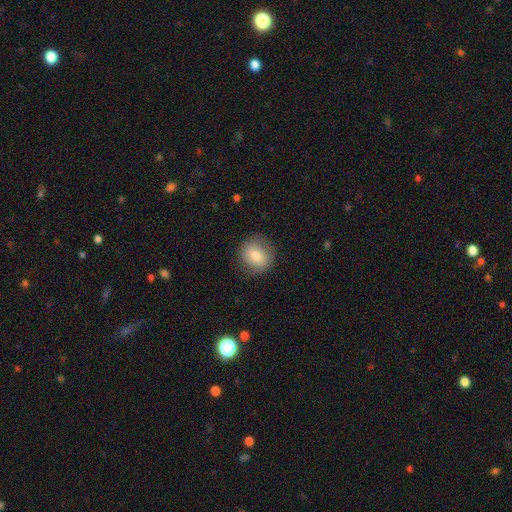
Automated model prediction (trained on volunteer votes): smooth 74%, featured or disk 18%, star or artifact 8%. Down the decision tree: how rounded — round (84%); merging — none (82%).